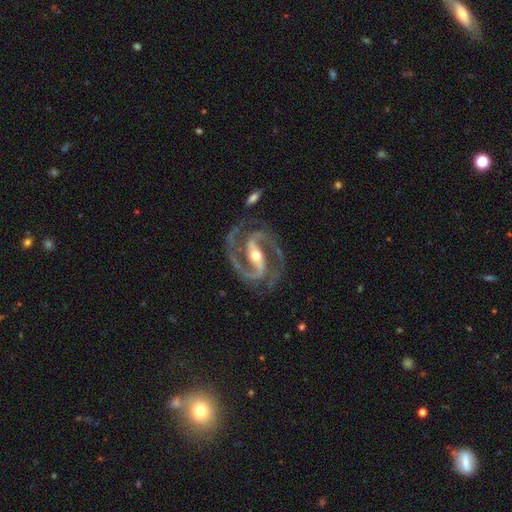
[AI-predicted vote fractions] Q: Smooth or featured?
A: featured or disk (94%); runner-up: star or artifact (4%)
Q: Edge-on disk?
A: no (97%); runner-up: yes (3%)
Q: Bar?
A: strong (60%); runner-up: weak (28%)
Q: Spiral arms?
A: yes (99%); runner-up: no (1%)
Q: Spiral winding?
A: medium (66%); runner-up: tight (24%)
Q: Spiral arm count?
A: 2 (90%); runner-up: 3 (5%)
Q: Bulge size?
A: moderate (65%); runner-up: small (29%)
Q: Merging?
A: none (78%); runner-up: minor disturbance (14%)